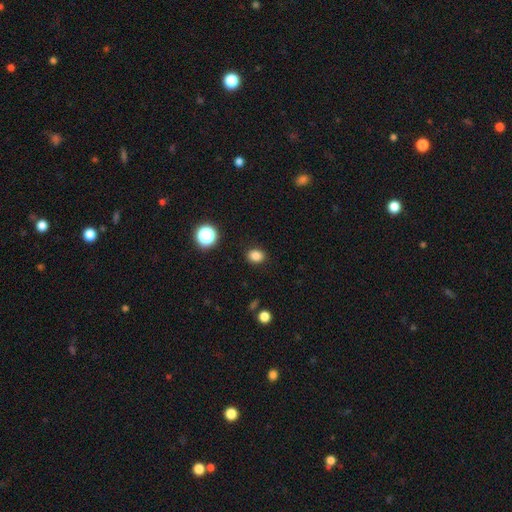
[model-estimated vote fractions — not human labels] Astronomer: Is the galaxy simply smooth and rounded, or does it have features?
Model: smooth — 83%.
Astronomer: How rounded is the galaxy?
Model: round — 56% (runner-up: in between, 43%).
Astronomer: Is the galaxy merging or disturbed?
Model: none — 89%.